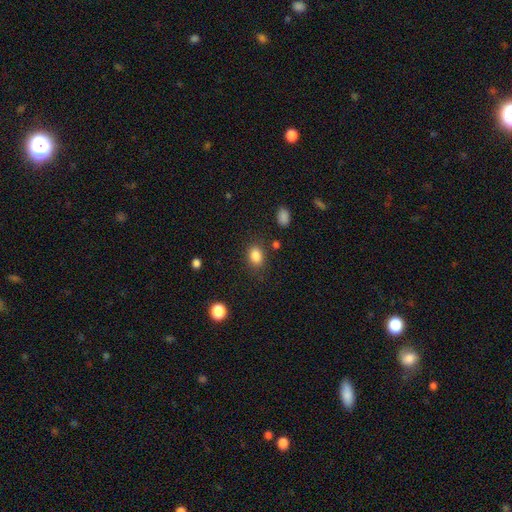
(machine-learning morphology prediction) Smooth or featured: smooth — 85% (star or artifact — 10%)
How rounded: in between — 66% (round — 33%)
Merging: none — 81% (minor disturbance — 12%)